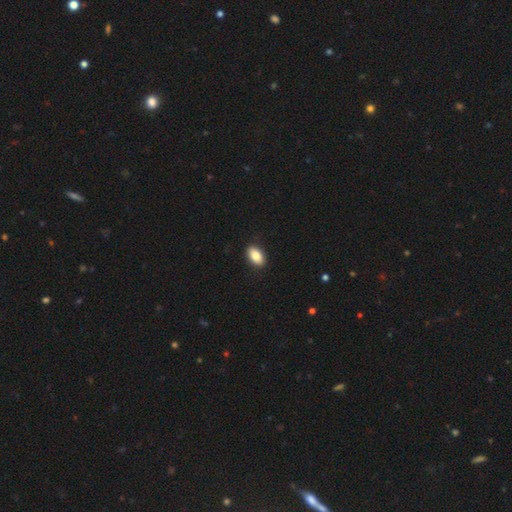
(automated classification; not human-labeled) Overall: smooth (86%). How rounded: in between (92%). Merging: none (90%).